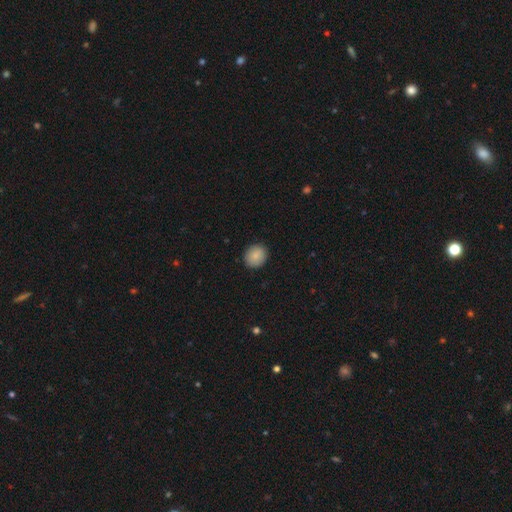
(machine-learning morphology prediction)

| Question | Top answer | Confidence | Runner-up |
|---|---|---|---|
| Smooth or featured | smooth | 87% | star or artifact (8%) |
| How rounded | round | 77% | in between (22%) |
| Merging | none | 91% | minor disturbance (7%) |